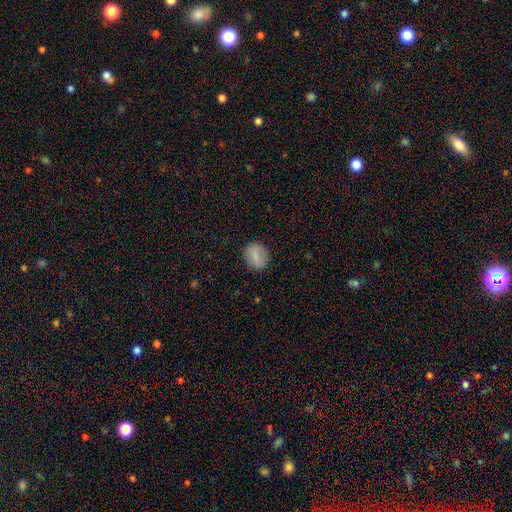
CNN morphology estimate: The model was most divided on "how rounded": round: 58%, in between: 41%, cigar-shaped: 1%. More confident: merging — none (86%); smooth or featured — smooth (80%).